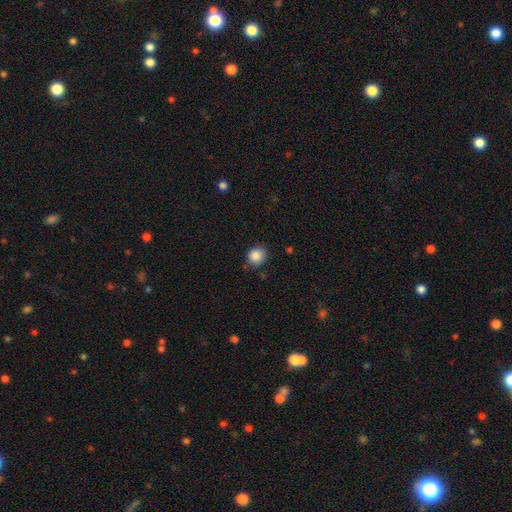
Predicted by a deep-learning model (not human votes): Overall: smooth (88%). How rounded: round (87%). Merging: none (84%).